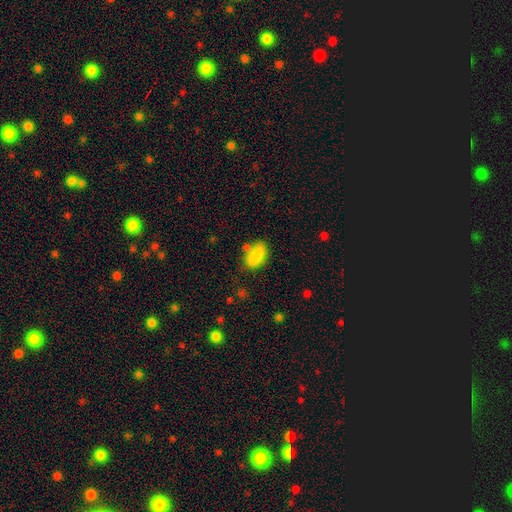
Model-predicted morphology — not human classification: Smooth or featured? smooth (87%)
How rounded? in between (91%)
Merging? none (65%)